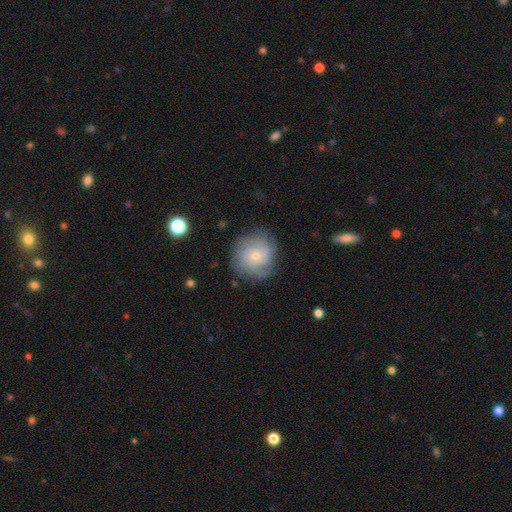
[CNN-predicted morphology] type=featured or disk (49%); merging=none (76%).